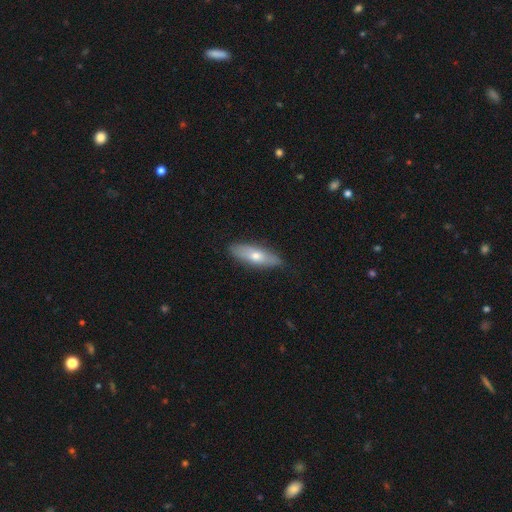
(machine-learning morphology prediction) This appears to be a smooth galaxy with no disk features (60%) that is cigar-shaped (49%). Merging: none (85%).